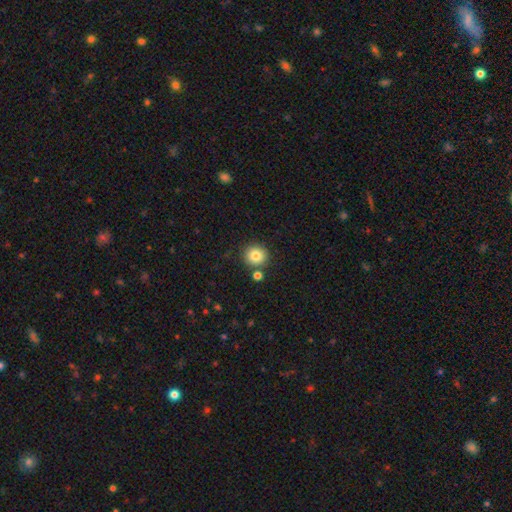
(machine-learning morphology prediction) Smooth or featured: smooth — 82% (star or artifact — 10%)
How rounded: round — 92% (in between — 7%)
Merging: none — 81% (merger — 9%)